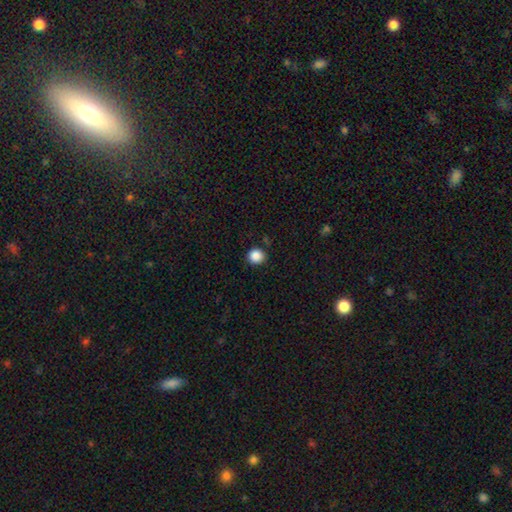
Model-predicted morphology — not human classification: The model was most divided on "smooth or featured": smooth: 87%, star or artifact: 10%, featured or disk: 3%. More confident: how rounded — round (91%); merging — none (88%).